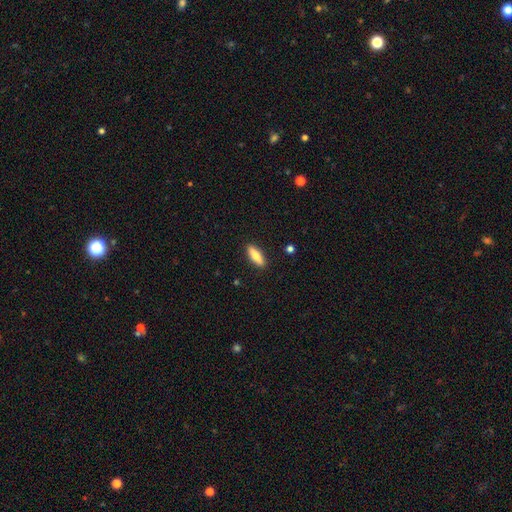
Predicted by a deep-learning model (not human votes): smooth 77%, featured or disk 17%, star or artifact 6%. Down the decision tree: how rounded — in between (52%); merging — none (89%).